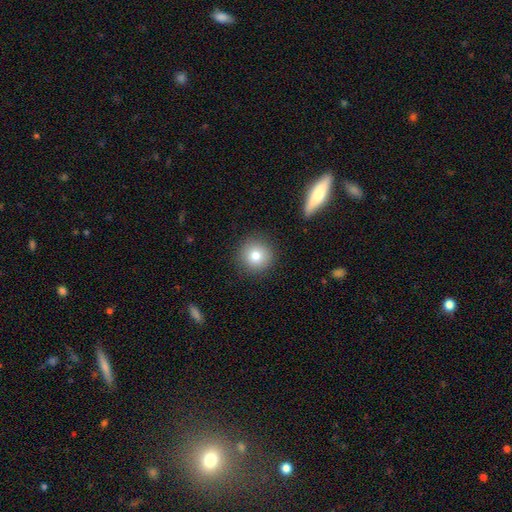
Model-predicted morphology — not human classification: A smooth galaxy with no disk features (80%) that is round (94%).

Vote fractions:
- Smooth or featured? smooth: 80% / star or artifact: 10% / featured or disk: 10%
- How rounded? round: 94% / in between: 5% / cigar-shaped: 1%
- Merging? none: 89% / minor disturbance: 7% / major disturbance: 2% / merger: 1%